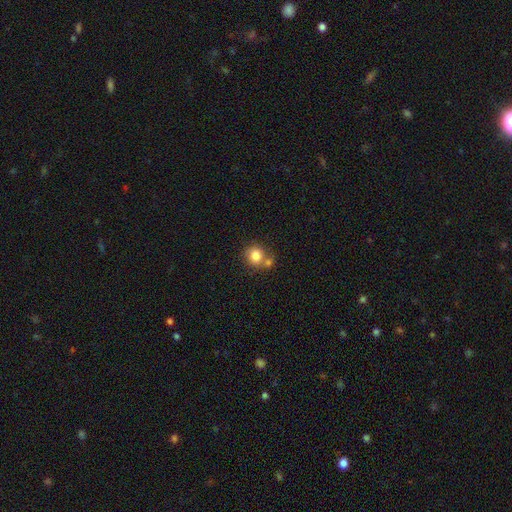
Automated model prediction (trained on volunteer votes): smooth_or_featured: smooth (p=0.82) [alt: star or artifact p=0.09]
how_rounded: round (p=0.84) [alt: in between p=0.15]
merging: none (p=0.53) [alt: merger p=0.33]